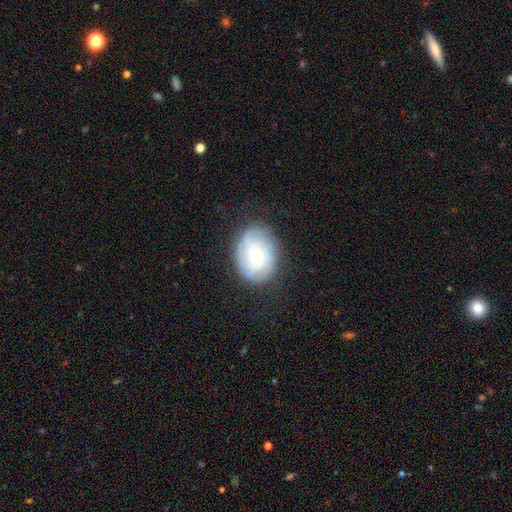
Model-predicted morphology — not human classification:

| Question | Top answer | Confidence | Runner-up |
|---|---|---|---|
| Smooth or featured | featured or disk | 55% | smooth (37%) |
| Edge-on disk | no | 96% | yes (4%) |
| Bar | no | 80% | weak (17%) |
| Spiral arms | yes | 75% | no (25%) |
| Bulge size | small | 52% | moderate (43%) |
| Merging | none | 74% | minor disturbance (18%) |